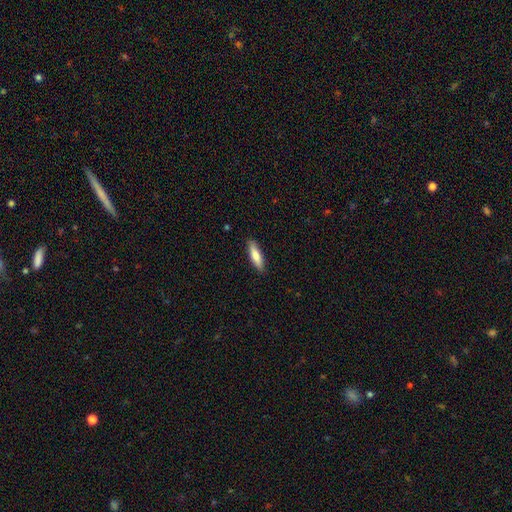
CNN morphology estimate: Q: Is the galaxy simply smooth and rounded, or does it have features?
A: smooth — 79%.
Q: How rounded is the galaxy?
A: cigar-shaped — 62%.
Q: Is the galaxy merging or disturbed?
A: none — 88%.